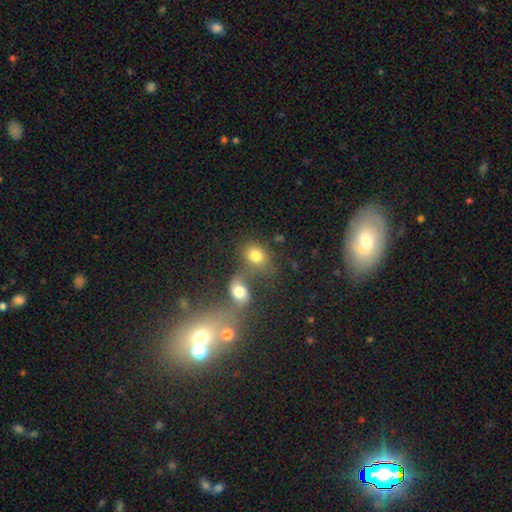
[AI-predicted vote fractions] Smooth or featured: smooth — 75% (featured or disk — 12%)
How rounded: in between — 50% (round — 49%)
Merging: merger — 42% (none — 37%)